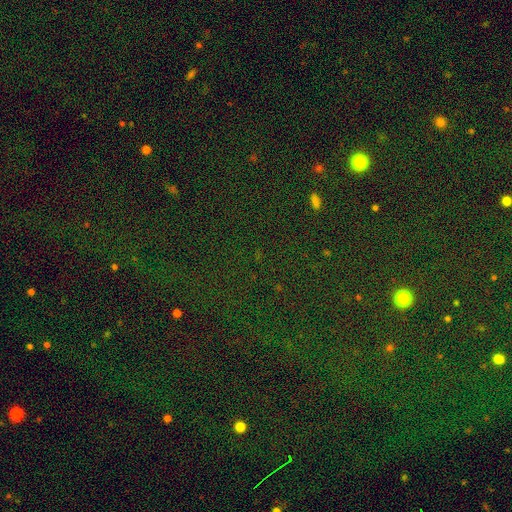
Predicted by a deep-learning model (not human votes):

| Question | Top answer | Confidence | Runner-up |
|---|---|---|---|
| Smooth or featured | star or artifact | 81% | smooth (11%) |